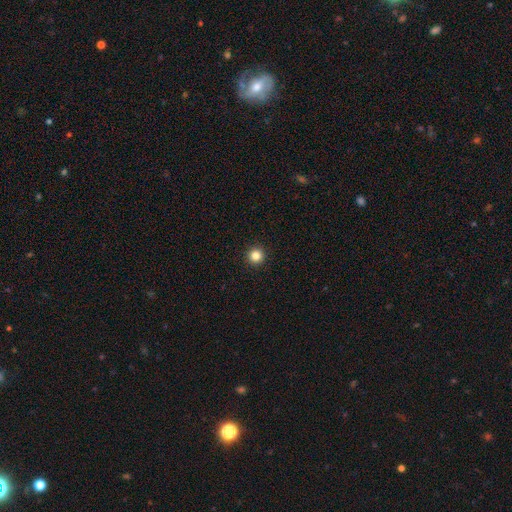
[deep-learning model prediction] This appears to be a smooth galaxy with no disk features (84%) that is round (96%). Merging: none (94%).